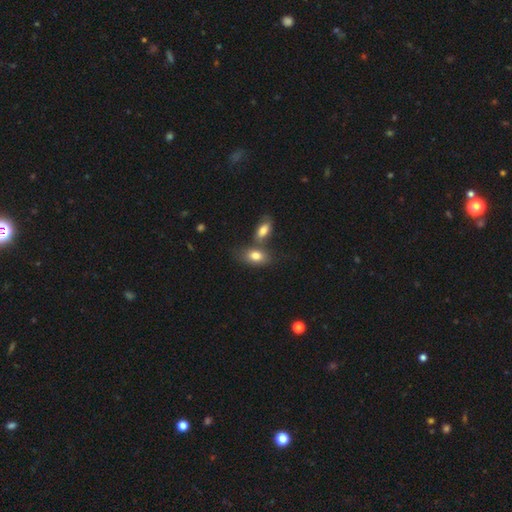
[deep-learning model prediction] Overall: smooth (80%). How rounded: in between (88%). Merging: none (48%; merger 36%).